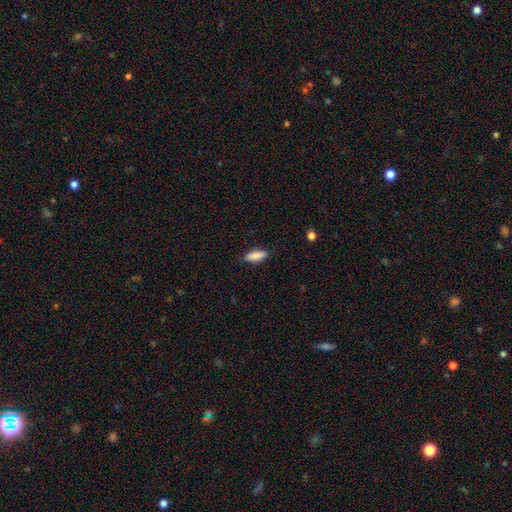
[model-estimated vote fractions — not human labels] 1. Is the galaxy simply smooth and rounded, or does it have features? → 87% smooth, 7% featured or disk, 6% star or artifact.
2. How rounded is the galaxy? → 65% in between, 33% cigar-shaped, 2% round.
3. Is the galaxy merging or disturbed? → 83% none, 13% minor disturbance, 3% major disturbance, 1% merger.